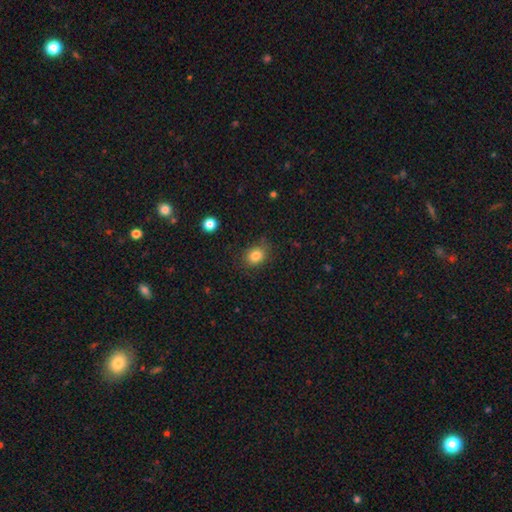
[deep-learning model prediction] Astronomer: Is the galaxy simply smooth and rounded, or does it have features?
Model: smooth — 82%.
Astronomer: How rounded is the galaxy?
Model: round — 56% (runner-up: in between, 43%).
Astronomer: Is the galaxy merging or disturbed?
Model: none — 78%.